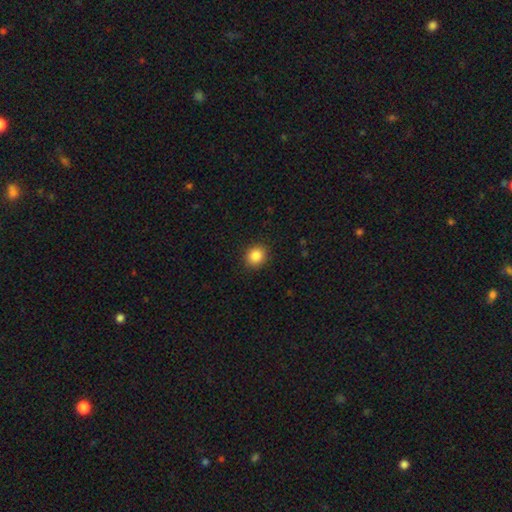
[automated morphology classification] smooth 86%, star or artifact 10%, featured or disk 4%. Down the decision tree: how rounded — round (79%); merging — none (90%).